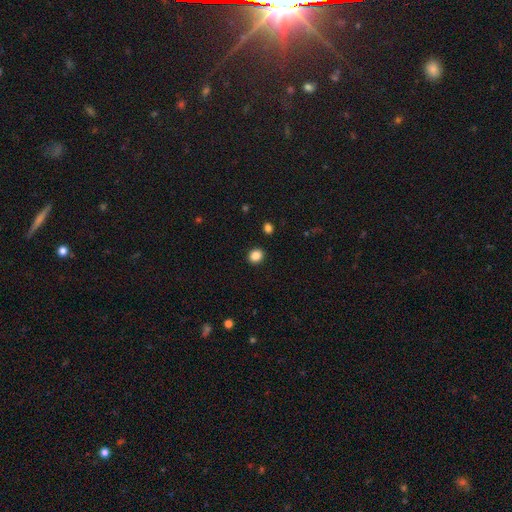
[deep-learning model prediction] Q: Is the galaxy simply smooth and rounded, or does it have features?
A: smooth — 87%.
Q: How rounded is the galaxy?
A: round — 63%.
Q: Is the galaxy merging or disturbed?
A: none — 91%.